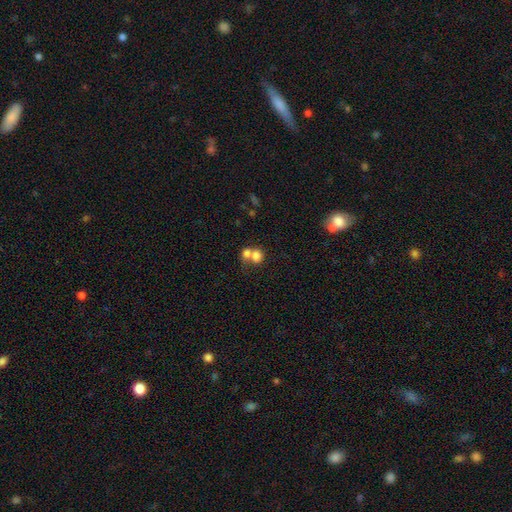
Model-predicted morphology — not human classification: Q: Smooth or featured?
A: smooth (76%); runner-up: featured or disk (14%)
Q: How rounded?
A: round (65%); runner-up: in between (33%)
Q: Merging?
A: merger (65%); runner-up: none (25%)